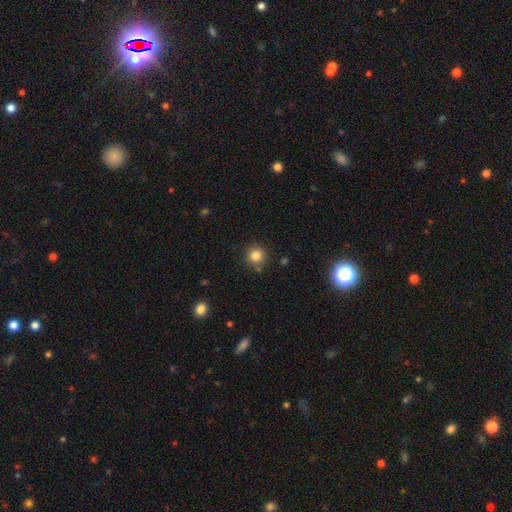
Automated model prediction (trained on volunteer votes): Morphology: type=smooth (82%); roundness=round (94%); merging=none (85%).